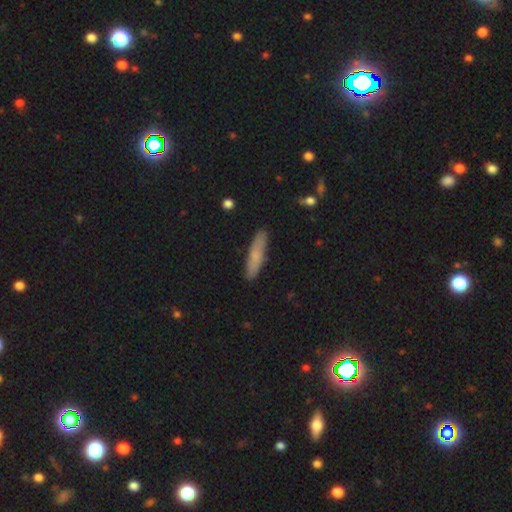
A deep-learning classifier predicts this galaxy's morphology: A smooth galaxy with no disk features (73%) that is cigar-shaped (82%).

Vote fractions:
- Smooth or featured? smooth: 73% / featured or disk: 20% / star or artifact: 6%
- How rounded? cigar-shaped: 82% / in between: 16% / round: 2%
- Merging? none: 88% / minor disturbance: 10% / major disturbance: 2% / merger: 1%